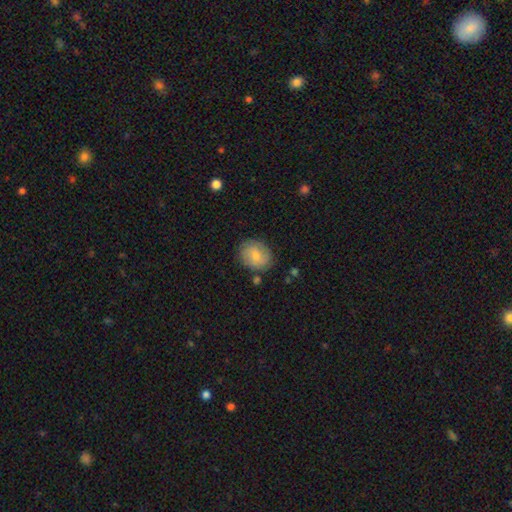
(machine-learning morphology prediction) A smooth galaxy with no disk features (69%) that is round (57%).

Vote fractions:
- Smooth or featured? smooth: 69% / featured or disk: 24% / star or artifact: 7%
- How rounded? round: 57% / in between: 42% / cigar-shaped: 1%
- Merging? none: 77% / minor disturbance: 16% / major disturbance: 4% / merger: 3%